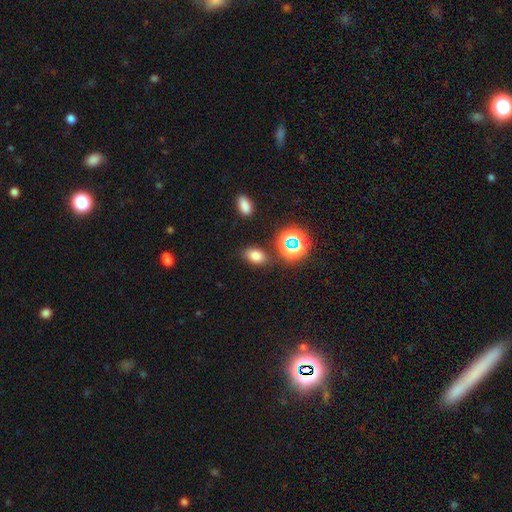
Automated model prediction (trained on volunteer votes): This appears to be a smooth galaxy with no disk features (74%) that is in between round and cigar-shaped (82%). Merging: none (80%).